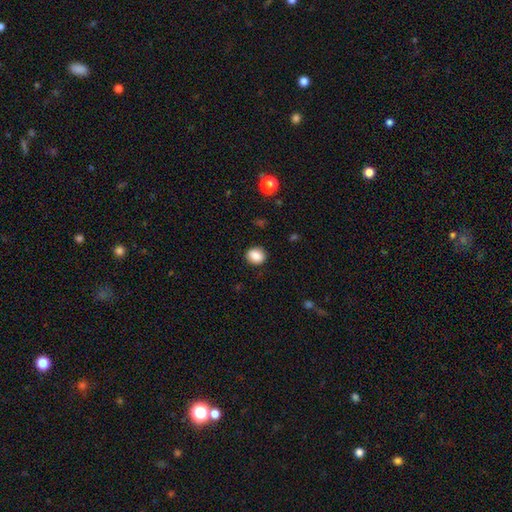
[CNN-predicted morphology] Smooth or featured: smooth — 87% (star or artifact — 8%)
How rounded: round — 61% (in between — 38%)
Merging: none — 88% (minor disturbance — 8%)